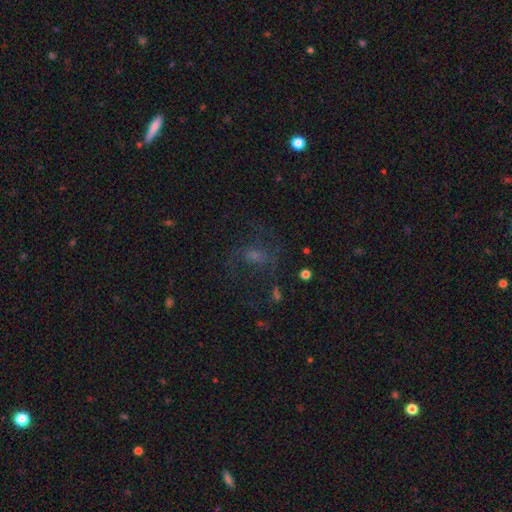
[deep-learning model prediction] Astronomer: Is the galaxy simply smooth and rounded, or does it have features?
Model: featured or disk — 50% (runner-up: smooth, 25%).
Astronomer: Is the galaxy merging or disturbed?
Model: none — 59%.